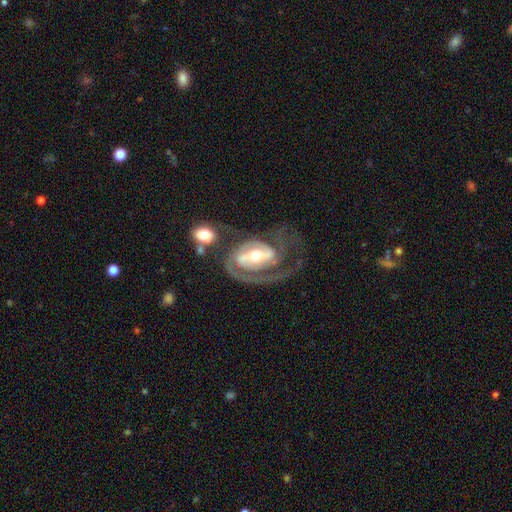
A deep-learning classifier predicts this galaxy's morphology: The model was most divided on "bar": strong: 41%, weak: 39%, no: 20%. Remaining: edge-on disk — no (97%); spiral arms — yes (96%); smooth or featured — featured or disk (90%); bulge size — moderate (64%); spiral arm count — 2 (60%); spiral winding — tight (50%); merging — none (44%).